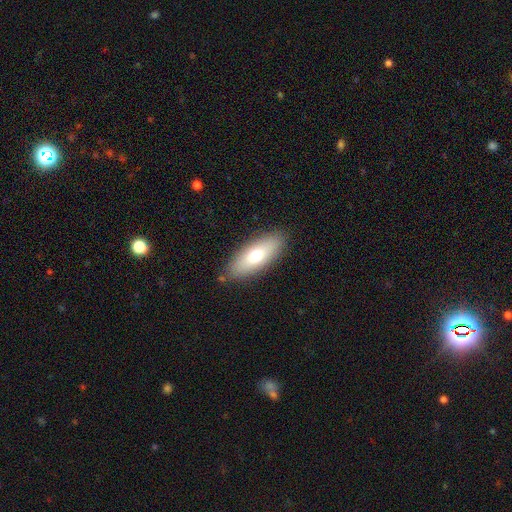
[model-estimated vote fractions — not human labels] Smooth or featured? Predicted: smooth (p=0.70). How rounded? Predicted: in between (p=0.70). Merging? Predicted: none (p=0.86).